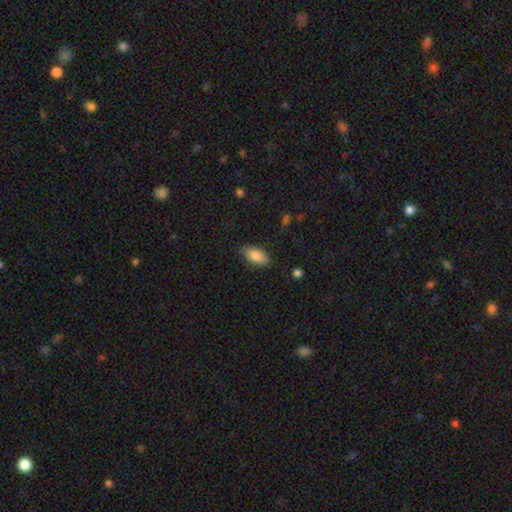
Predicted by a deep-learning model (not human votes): This appears to be a smooth galaxy with no disk features (84%) that is in between round and cigar-shaped (88%). Merging: none (83%).